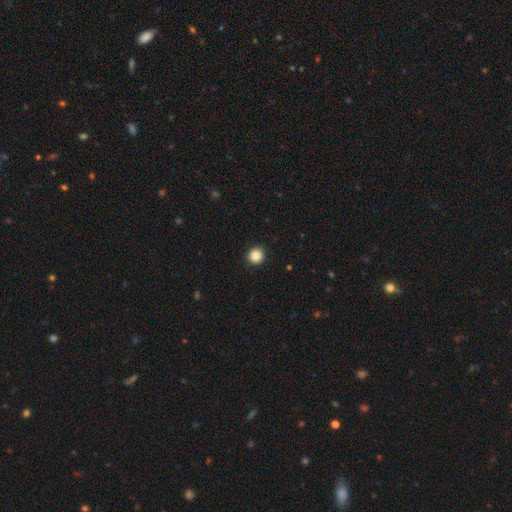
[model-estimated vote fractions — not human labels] The model was most divided on "smooth or featured": smooth: 87%, star or artifact: 10%, featured or disk: 3%. More confident: how rounded — round (94%); merging — none (93%).